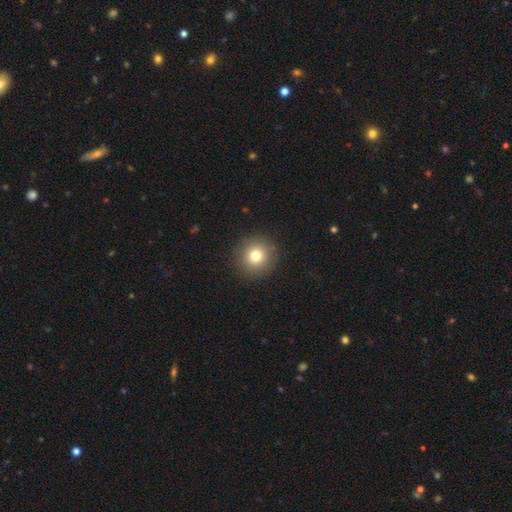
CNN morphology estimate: Smooth or featured: smooth — 78% (star or artifact — 12%)
How rounded: round — 94% (in between — 5%)
Merging: none — 91% (minor disturbance — 6%)